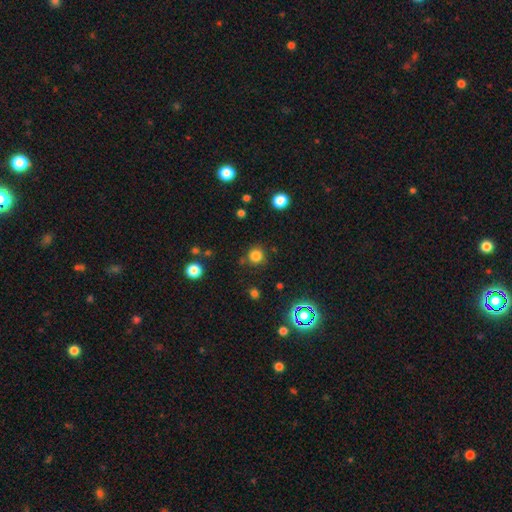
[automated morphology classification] type=smooth (79%); roundness=round (93%); merging=none (84%).